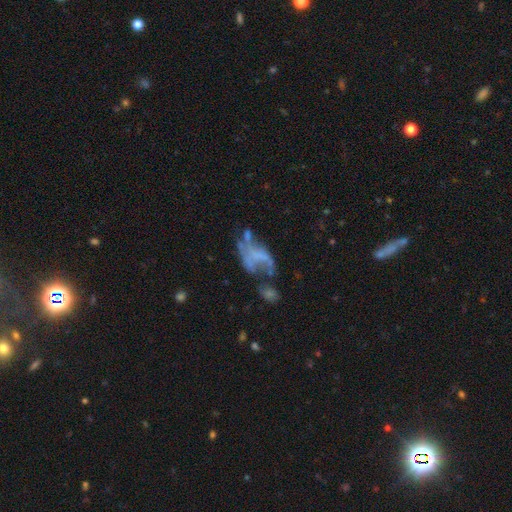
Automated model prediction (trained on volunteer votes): Smooth or featured? featured or disk (58%)
Edge-on disk? no (96%)
Bar? no (79%)
Spiral arms? no (73%)
Bulge size? none (79%)
Merging? major disturbance (40%)